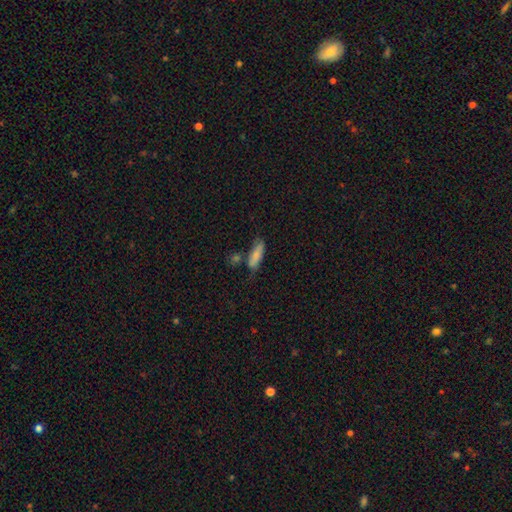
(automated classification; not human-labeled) Smooth or featured?
  - smooth: 77% *
  - featured or disk: 15%
  - star or artifact: 7%
How rounded?
  - in between: 51% *
  - cigar-shaped: 46%
  - round: 3%
Merging?
  - none: 54% *
  - minor disturbance: 25%
  - merger: 13%
  - major disturbance: 8%